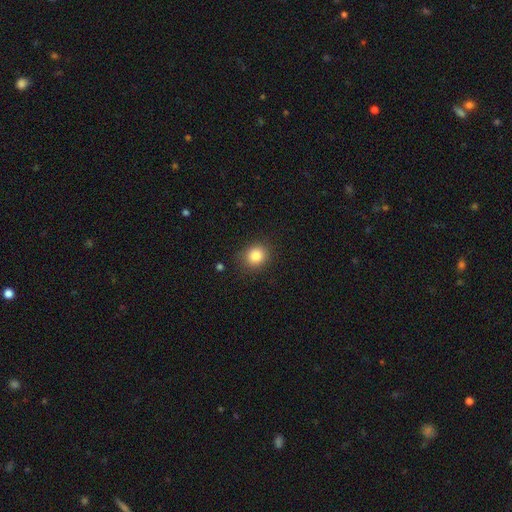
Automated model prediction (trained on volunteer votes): Smooth or featured: smooth — 84% (star or artifact — 10%)
How rounded: round — 76% (in between — 23%)
Merging: none — 85% (minor disturbance — 10%)